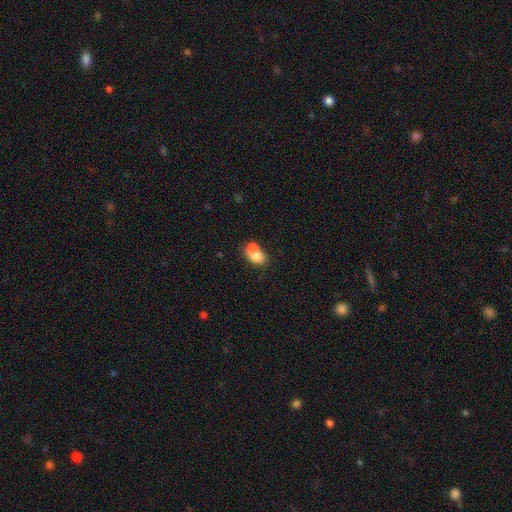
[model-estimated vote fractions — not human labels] A smooth galaxy with no disk features (73%) that is in between round and cigar-shaped (69%).

Vote fractions:
- Smooth or featured? smooth: 73% / featured or disk: 18% / star or artifact: 9%
- How rounded? in between: 69% / round: 29% / cigar-shaped: 2%
- Merging? merger: 67% / none: 22% / minor disturbance: 7% / major disturbance: 4%